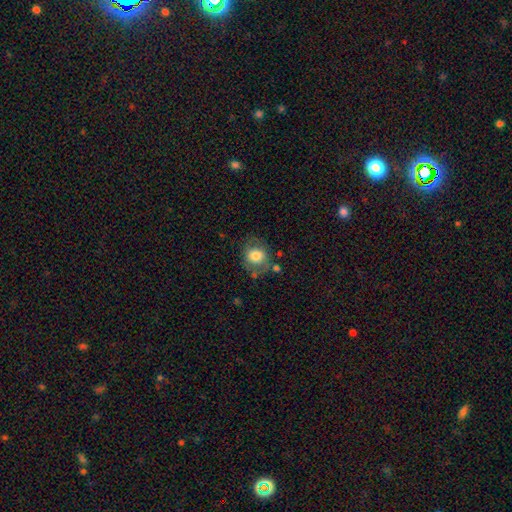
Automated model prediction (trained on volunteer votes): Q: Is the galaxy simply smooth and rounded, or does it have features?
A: smooth — 67%.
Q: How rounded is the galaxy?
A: round — 75%.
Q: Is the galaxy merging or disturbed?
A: none — 65%.